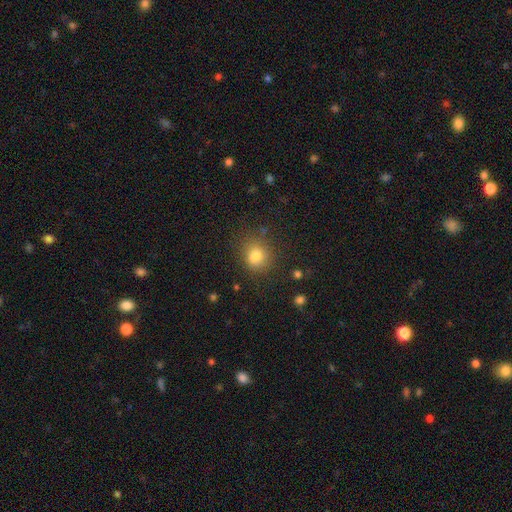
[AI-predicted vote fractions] Overall: smooth (79%). How rounded: round (72%). Merging: none (73%).